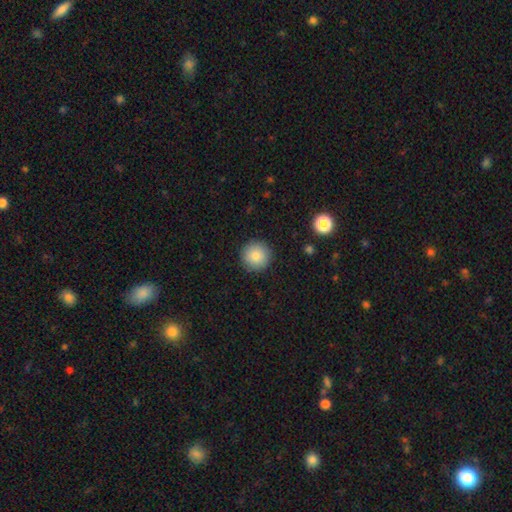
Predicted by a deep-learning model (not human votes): Overall: smooth (82%). How rounded: round (96%). Merging: none (92%).